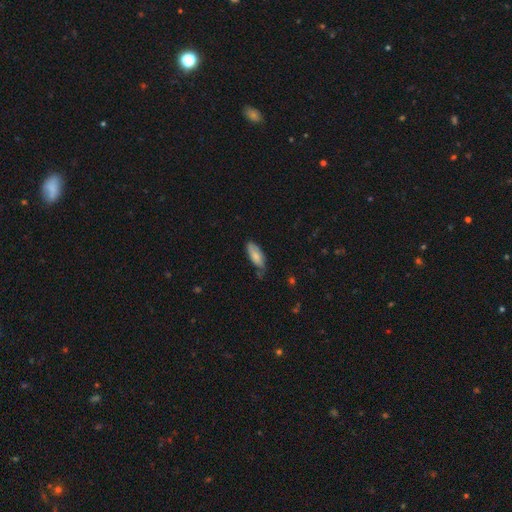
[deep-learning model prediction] smooth 77%, featured or disk 17%, star or artifact 6%. Down the decision tree: how rounded — in between (77%); merging — none (54%).